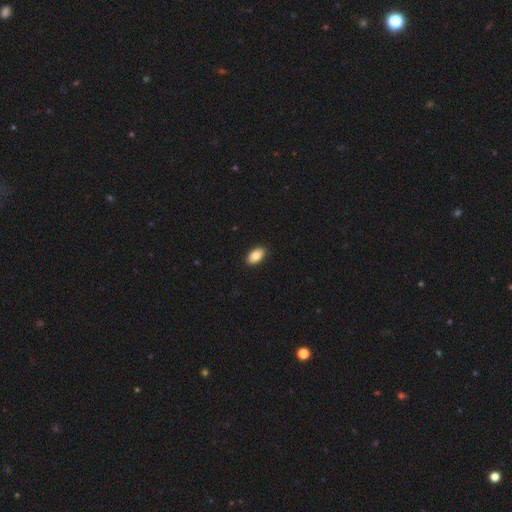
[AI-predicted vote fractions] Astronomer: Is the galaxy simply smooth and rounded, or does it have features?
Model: smooth — 84%.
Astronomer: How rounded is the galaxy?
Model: in between — 93%.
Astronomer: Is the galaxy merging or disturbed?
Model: none — 90%.